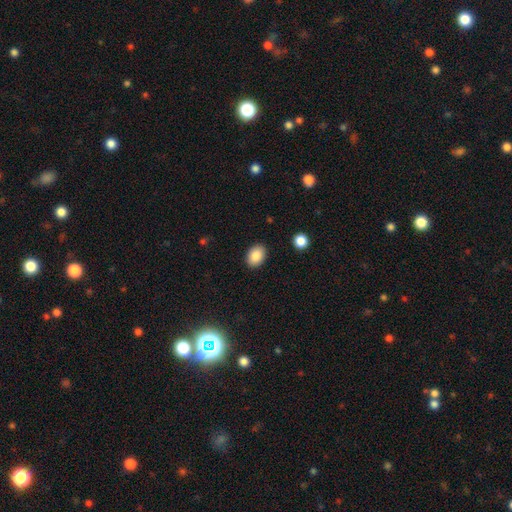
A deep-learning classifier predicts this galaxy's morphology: smooth_or_featured: smooth (p=0.87) [alt: star or artifact p=0.08]
how_rounded: in between (p=0.78) [alt: round p=0.21]
merging: none (p=0.89) [alt: minor disturbance p=0.08]